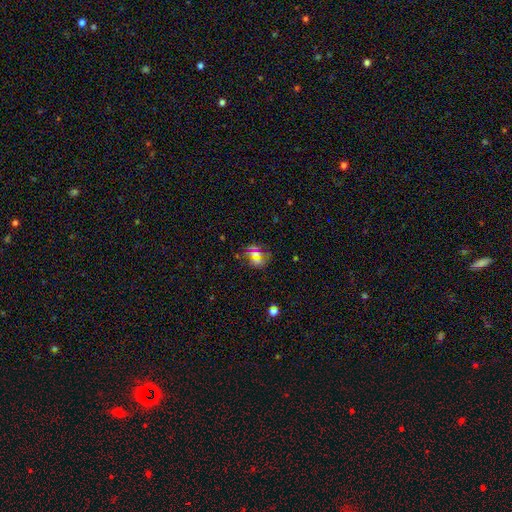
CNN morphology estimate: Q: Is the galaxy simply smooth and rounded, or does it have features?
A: smooth — 50%.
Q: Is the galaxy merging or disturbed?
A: none — 76%.